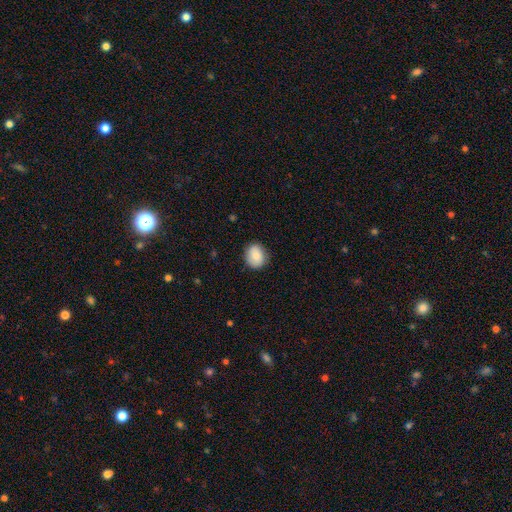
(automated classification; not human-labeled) Q: Smooth or featured?
A: smooth (81%); runner-up: featured or disk (11%)
Q: How rounded?
A: round (61%); runner-up: in between (38%)
Q: Merging?
A: none (85%); runner-up: minor disturbance (12%)